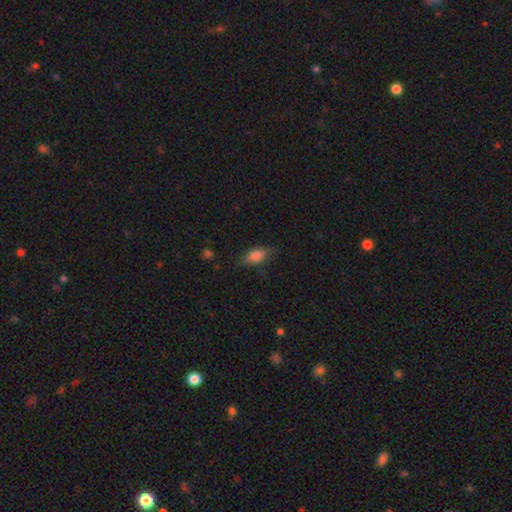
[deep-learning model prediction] This appears to be a smooth galaxy with no disk features (77%) that is in between round and cigar-shaped (83%). Merging: none (71%).